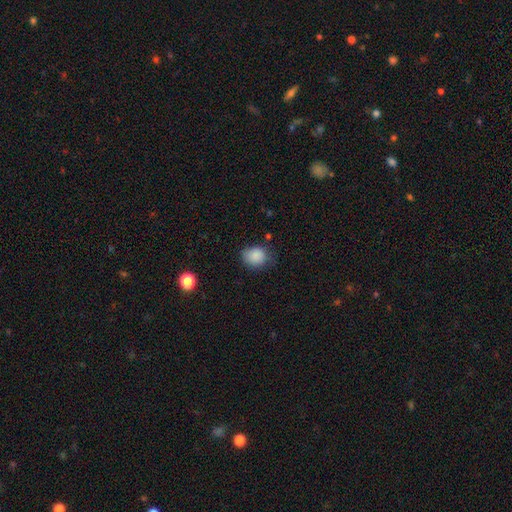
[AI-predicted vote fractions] The model was most divided on "how rounded": round: 62%, in between: 37%, cigar-shaped: 1%. More confident: smooth or featured — smooth (86%); merging — none (67%).